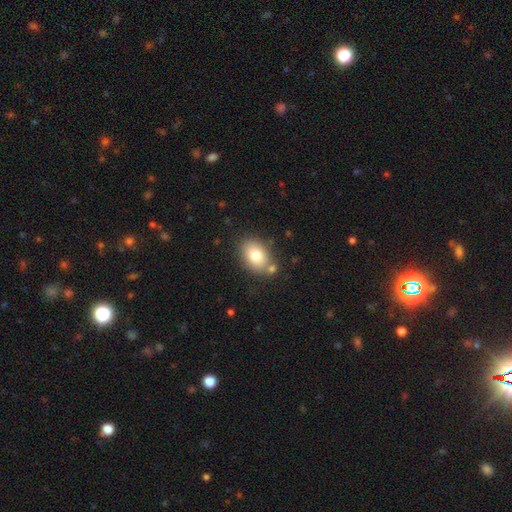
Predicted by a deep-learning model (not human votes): This is likely a smooth galaxy (77%). How rounded: likely in between (76%). Merging: likely none (73%).